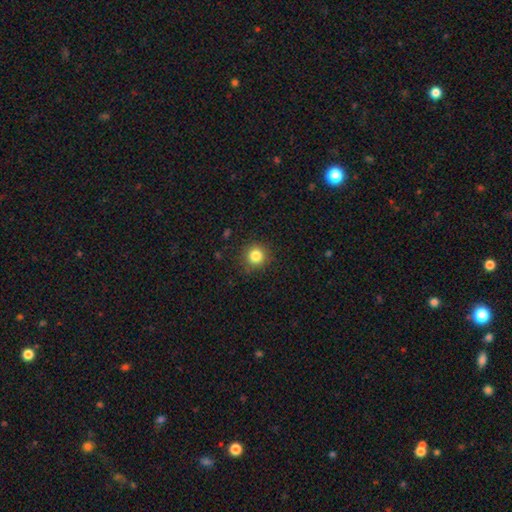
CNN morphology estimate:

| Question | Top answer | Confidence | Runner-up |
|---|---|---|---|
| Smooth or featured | smooth | 83% | star or artifact (11%) |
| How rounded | round | 92% | in between (7%) |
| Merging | none | 87% | minor disturbance (9%) |